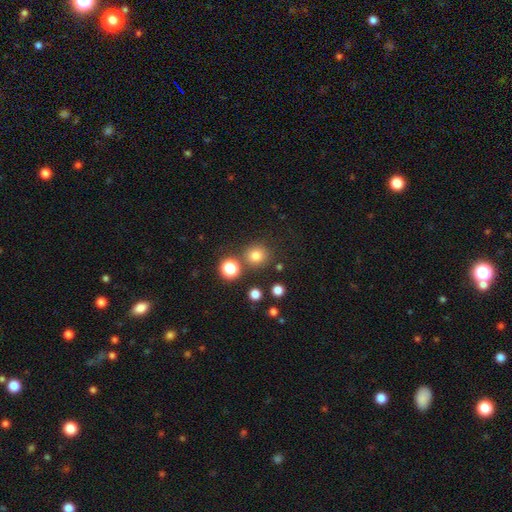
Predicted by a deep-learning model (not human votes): smooth_or_featured: smooth (p=0.78) [alt: star or artifact p=0.16]
how_rounded: round (p=0.91) [alt: in between p=0.08]
merging: none (p=0.80) [alt: minor disturbance p=0.08]